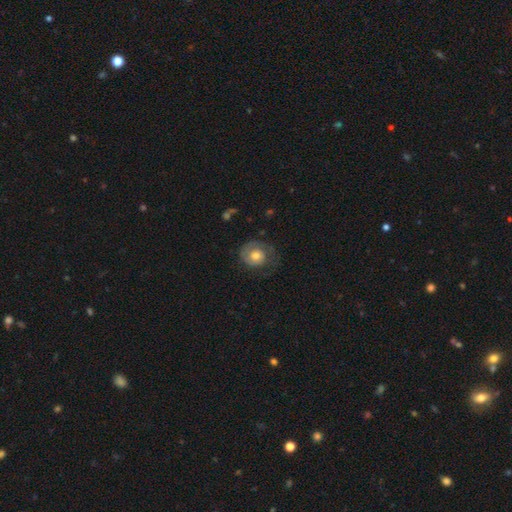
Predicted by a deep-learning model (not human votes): Smooth or featured? Predicted: featured or disk (p=0.50). Merging? Predicted: none (p=0.55).